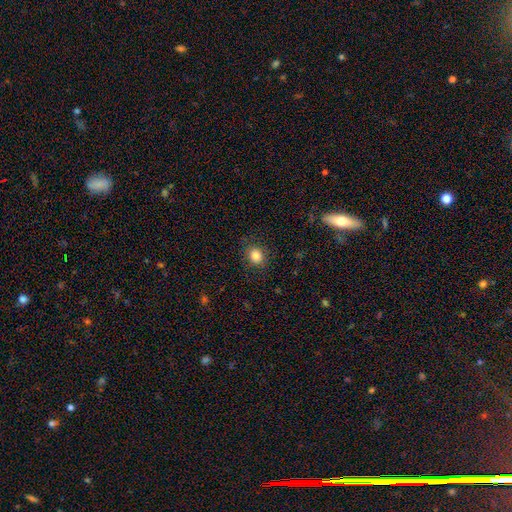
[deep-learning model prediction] Morphology: type=smooth (84%); roundness=round (64%); merging=none (86%).